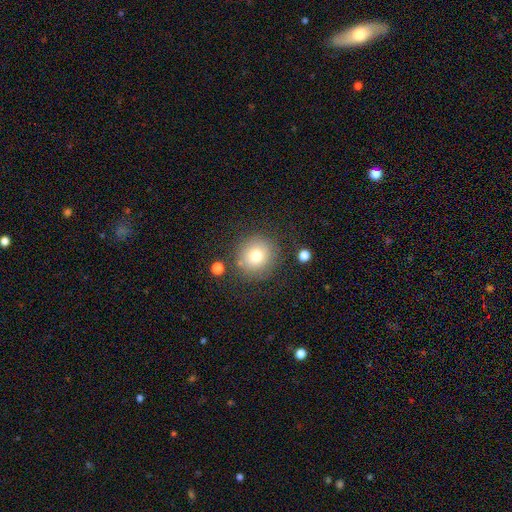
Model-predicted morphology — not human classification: Smooth or featured: smooth — 76% (star or artifact — 12%)
How rounded: round — 92% (in between — 7%)
Merging: none — 80% (minor disturbance — 10%)